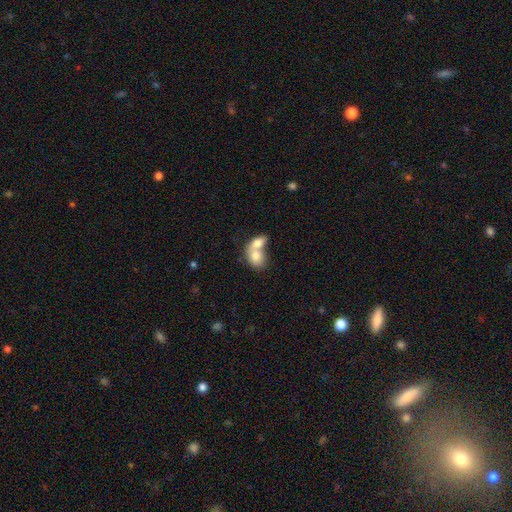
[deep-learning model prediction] This appears to be a smooth galaxy with no disk features (75%) that is in between round and cigar-shaped (67%). Merging: merger (78%).